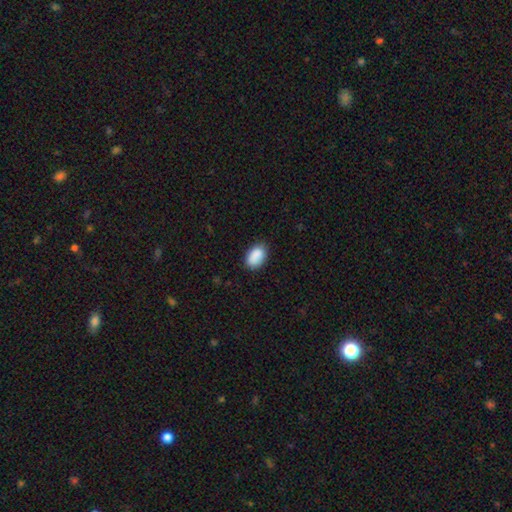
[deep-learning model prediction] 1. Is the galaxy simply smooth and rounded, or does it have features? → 88% smooth, 7% star or artifact, 4% featured or disk.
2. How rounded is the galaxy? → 89% in between, 9% round, 1% cigar-shaped.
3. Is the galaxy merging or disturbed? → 79% none, 17% minor disturbance, 3% major disturbance, 2% merger.